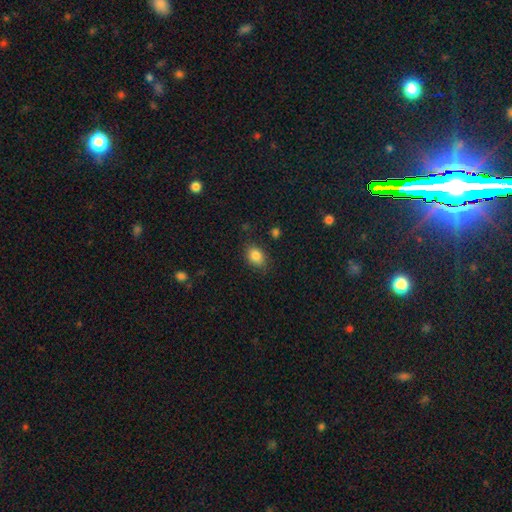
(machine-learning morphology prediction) smooth-or-featured: smooth: 85% | star or artifact: 9% | featured or disk: 6%
  how-rounded: in between: 69% | round: 30% | cigar-shaped: 1%
  merging: none: 80% | minor disturbance: 15% | major disturbance: 4% | merger: 2%